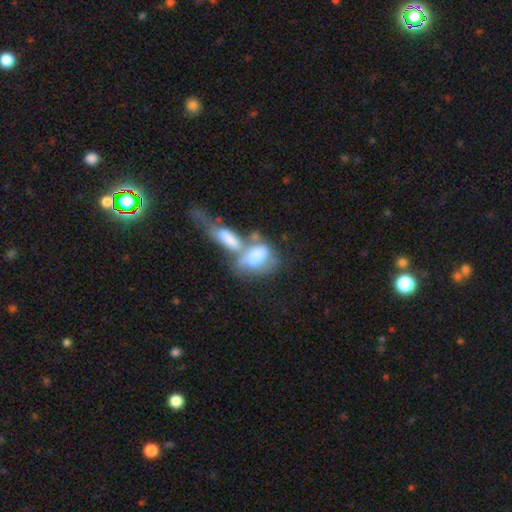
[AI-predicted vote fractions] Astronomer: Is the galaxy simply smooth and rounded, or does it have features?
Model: smooth — 63%.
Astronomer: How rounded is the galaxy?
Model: in between — 87%.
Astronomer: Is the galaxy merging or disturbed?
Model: merger — 65%.